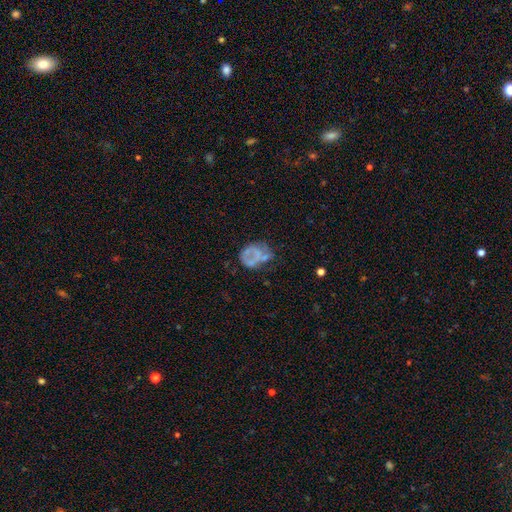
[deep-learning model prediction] This appears to be a featured or disk galaxy (45%). Merging: none (41%).